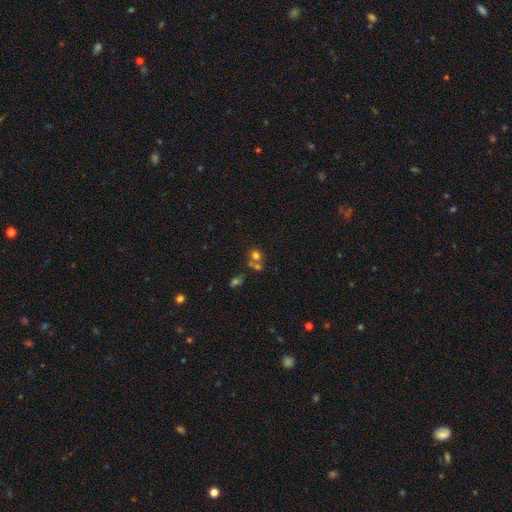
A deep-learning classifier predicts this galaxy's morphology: A smooth galaxy with no disk features (69%) that is round (76%). Merging: none (44%).